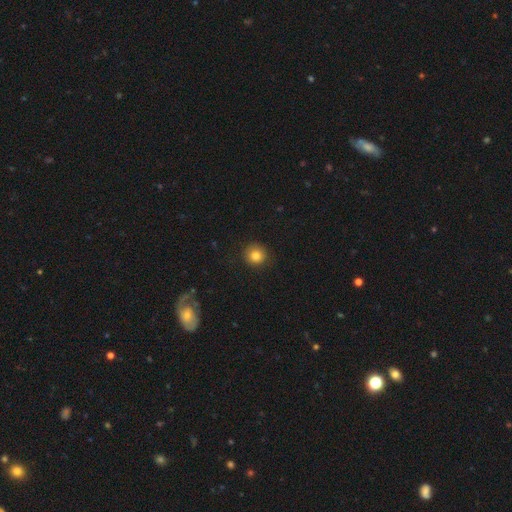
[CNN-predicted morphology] smooth-or-featured: smooth: 82% | star or artifact: 11% | featured or disk: 7%
  how-rounded: round: 93% | in between: 6% | cigar-shaped: 1%
  merging: none: 89% | minor disturbance: 7% | major disturbance: 2% | merger: 1%